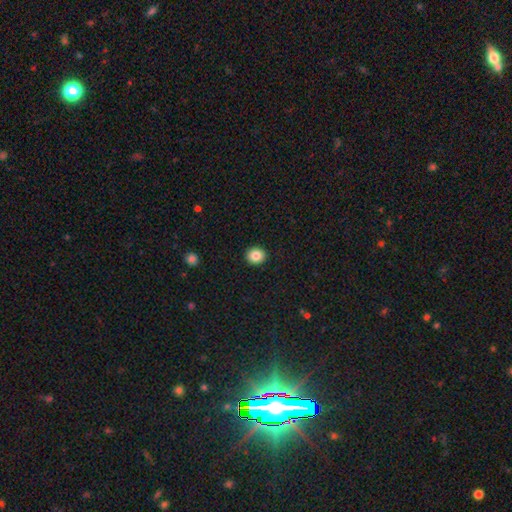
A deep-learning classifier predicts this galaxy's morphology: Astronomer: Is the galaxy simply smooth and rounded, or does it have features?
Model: smooth — 85%.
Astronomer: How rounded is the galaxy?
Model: round — 81%.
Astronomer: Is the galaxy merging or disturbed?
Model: none — 93%.